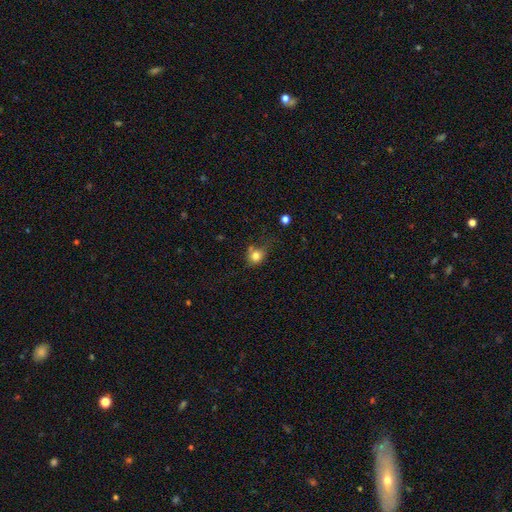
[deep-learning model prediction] smooth 79%, star or artifact 12%, featured or disk 9%. Down the decision tree: how rounded — round (73%); merging — none (52%).